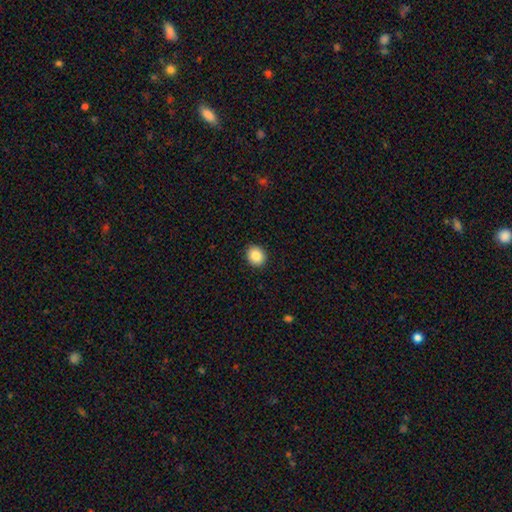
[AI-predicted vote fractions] Smooth or featured? smooth (87%)
How rounded? round (69%)
Merging? none (91%)